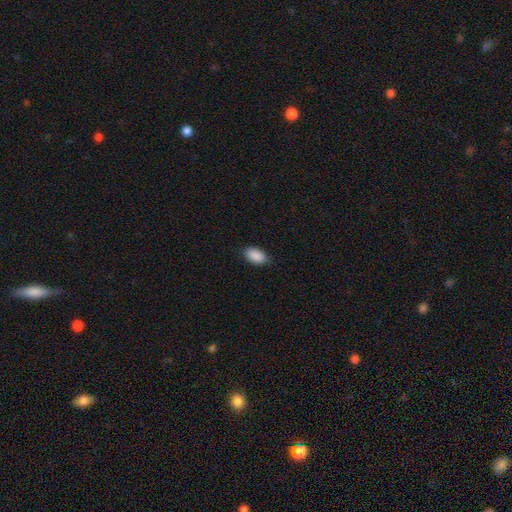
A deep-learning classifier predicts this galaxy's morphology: Overall: smooth (91%). How rounded: in between (94%). Merging: none (86%).